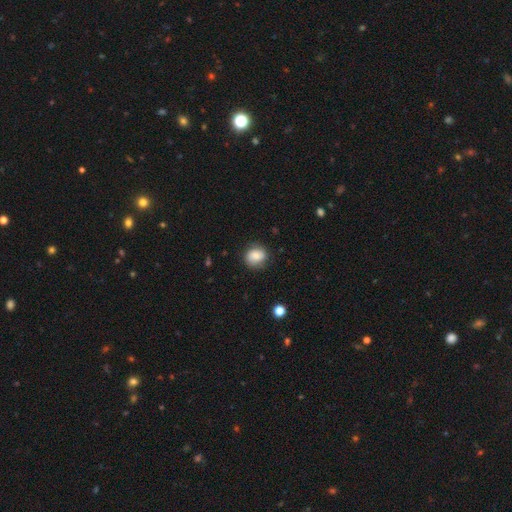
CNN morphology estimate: type=smooth (74%); roundness=round (74%); merging=none (77%).